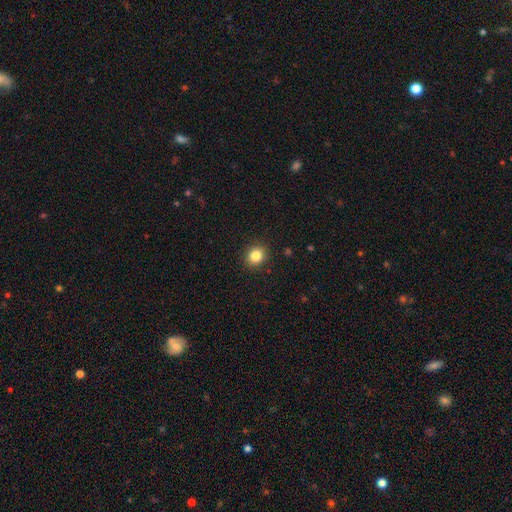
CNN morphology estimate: A smooth galaxy with no disk features (84%) that is round (78%).

Vote fractions:
- Smooth or featured? smooth: 84% / star or artifact: 11% / featured or disk: 5%
- How rounded? round: 78% / in between: 21% / cigar-shaped: 1%
- Merging? none: 90% / minor disturbance: 6% / major disturbance: 2% / merger: 1%